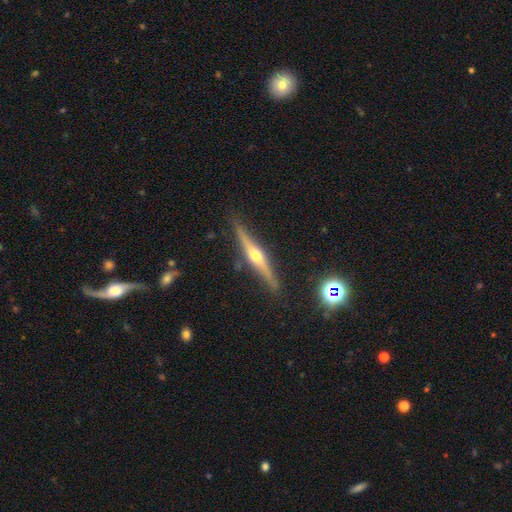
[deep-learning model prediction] Smooth or featured? Predicted: featured or disk (p=0.75). Edge-on disk? Predicted: yes (p=0.97). Edge-on bulge? Predicted: rounded (p=0.91). Merging? Predicted: none (p=0.86).